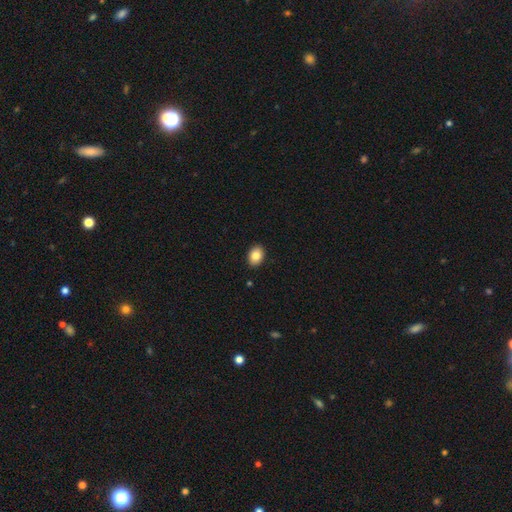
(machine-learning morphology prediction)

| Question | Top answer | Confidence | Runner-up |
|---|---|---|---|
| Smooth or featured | smooth | 84% | featured or disk (8%) |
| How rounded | in between | 72% | round (27%) |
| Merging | none | 91% | minor disturbance (7%) |